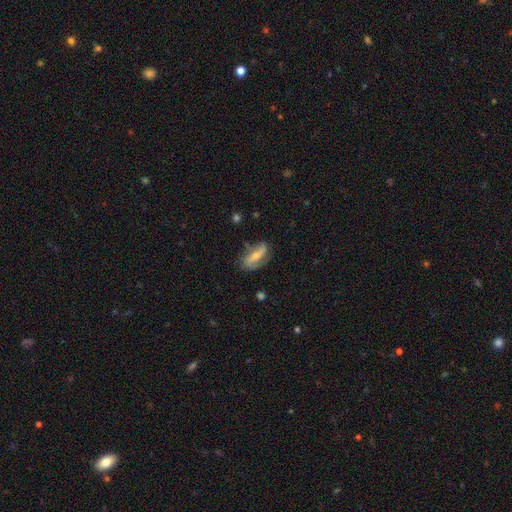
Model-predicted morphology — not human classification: featured or disk 63%, smooth 30%, star or artifact 7%. Down the decision tree: edge-on disk — no (87%); bar — strong (45%); spiral arms — yes (81%); bulge size — small (50%); merging — none (65%).